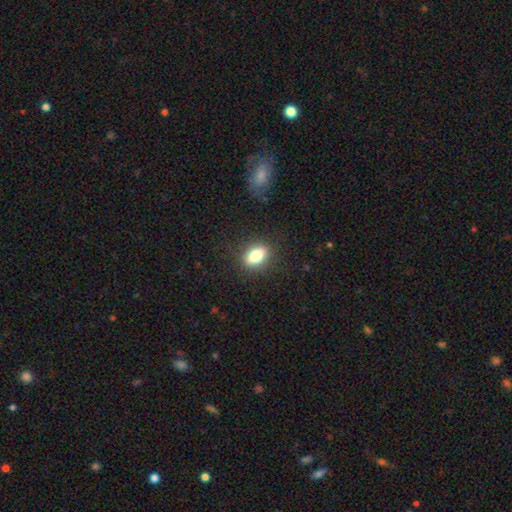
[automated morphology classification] This appears to be a smooth galaxy with no disk features (76%) that is in between round and cigar-shaped (77%). Merging: none (85%).